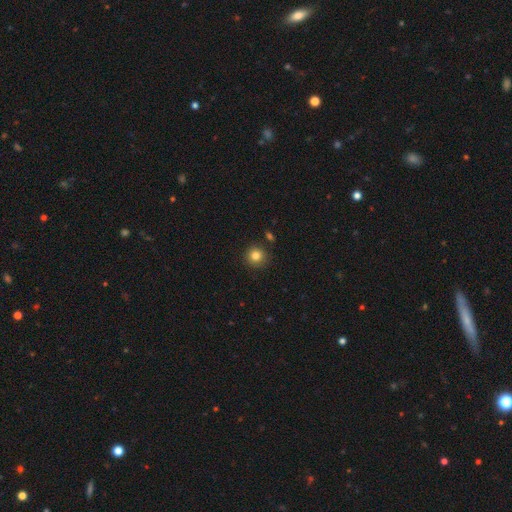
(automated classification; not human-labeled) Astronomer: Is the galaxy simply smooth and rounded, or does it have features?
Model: smooth — 83%.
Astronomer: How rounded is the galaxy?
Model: round — 93%.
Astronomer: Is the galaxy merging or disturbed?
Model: none — 87%.